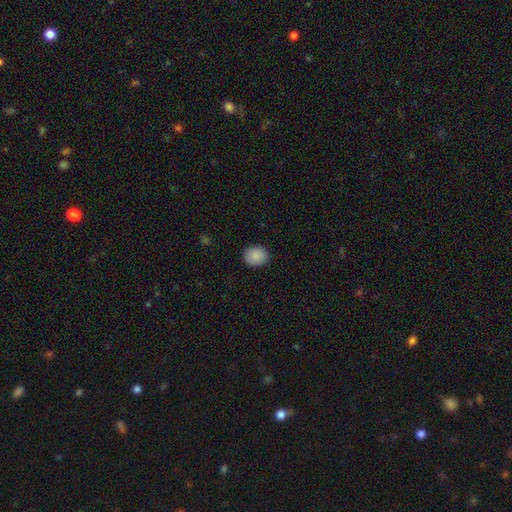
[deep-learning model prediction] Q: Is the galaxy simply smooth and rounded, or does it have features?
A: smooth — 89%.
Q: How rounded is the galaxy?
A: round — 76%.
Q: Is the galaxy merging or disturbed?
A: none — 89%.